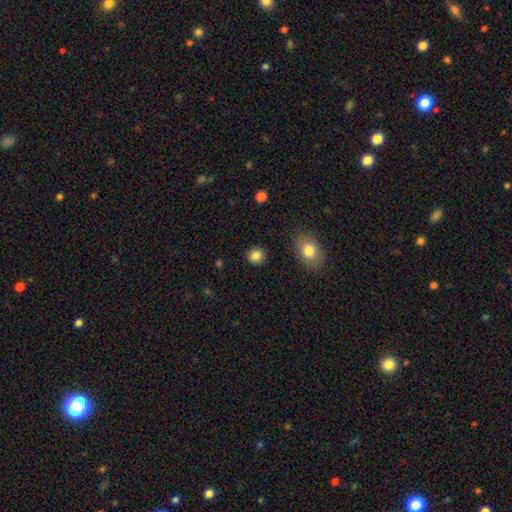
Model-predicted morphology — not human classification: smooth-or-featured: smooth: 85% | star or artifact: 10% | featured or disk: 5%
  how-rounded: round: 88% | in between: 11% | cigar-shaped: 1%
  merging: none: 91% | minor disturbance: 6% | major disturbance: 2% | merger: 1%